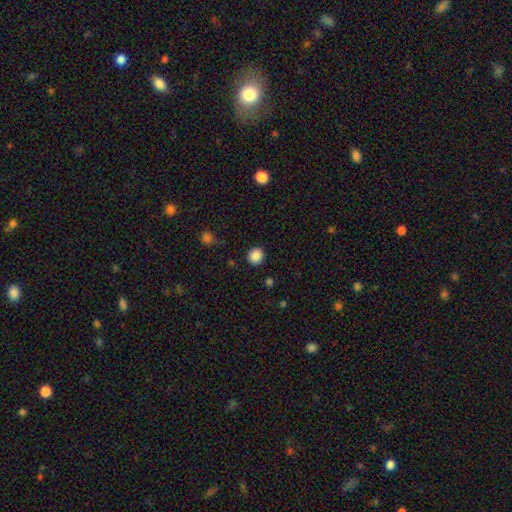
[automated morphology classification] This appears to be a smooth galaxy with no disk features (87%) that is round (92%). Merging: none (90%).